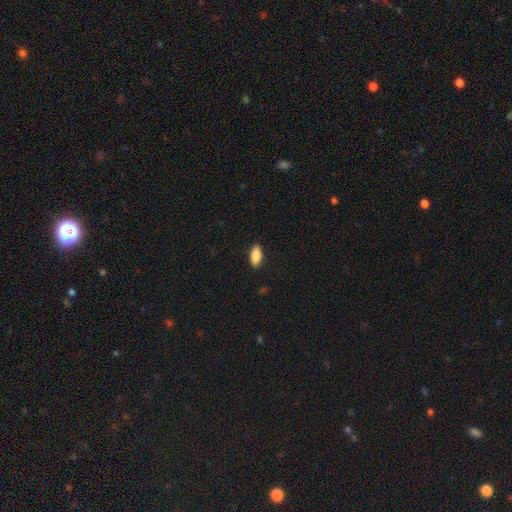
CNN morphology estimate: A smooth galaxy with no disk features (86%) that is in between round and cigar-shaped (86%). Merging: none (90%).